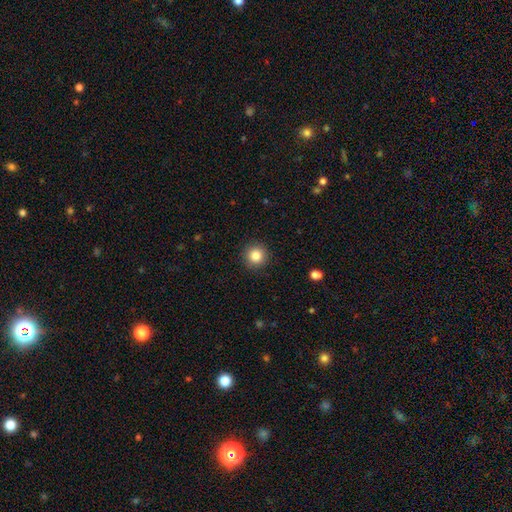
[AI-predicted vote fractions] This is clearly a smooth galaxy (85%). How rounded: clearly round (95%). Merging: clearly none (92%).